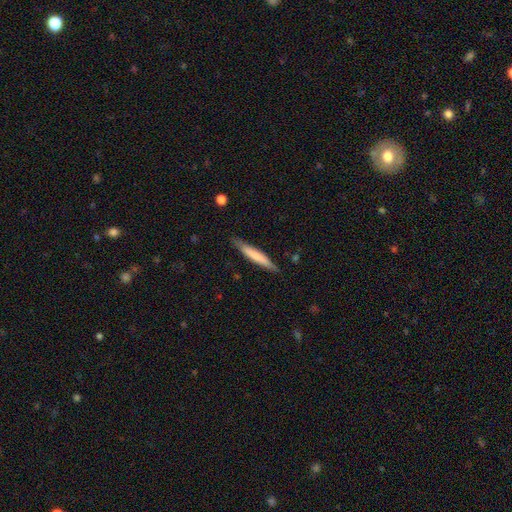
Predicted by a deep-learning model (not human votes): The model was most divided on "smooth or featured": smooth: 66%, featured or disk: 29%, star or artifact: 5%. More confident: how rounded — cigar-shaped (93%); merging — none (85%).